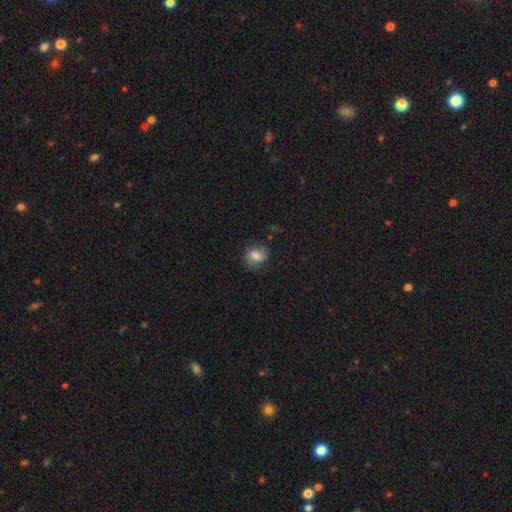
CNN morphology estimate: A smooth galaxy with no disk features (72%) that is round (67%). Merging: none (75%).